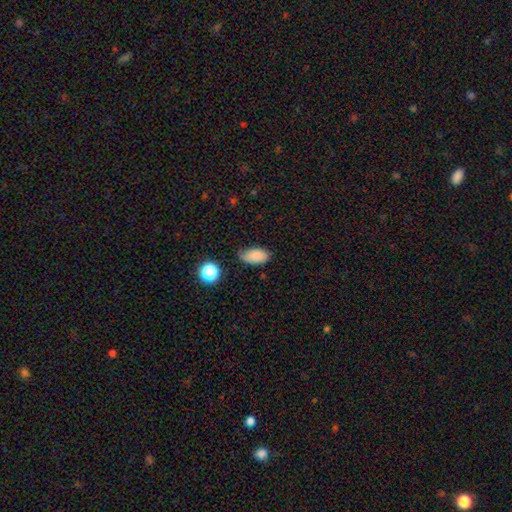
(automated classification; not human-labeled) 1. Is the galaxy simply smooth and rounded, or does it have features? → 84% smooth, 10% star or artifact, 6% featured or disk.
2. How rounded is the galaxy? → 92% in between, 6% round, 2% cigar-shaped.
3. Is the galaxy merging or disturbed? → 66% none, 26% minor disturbance, 5% major disturbance, 2% merger.